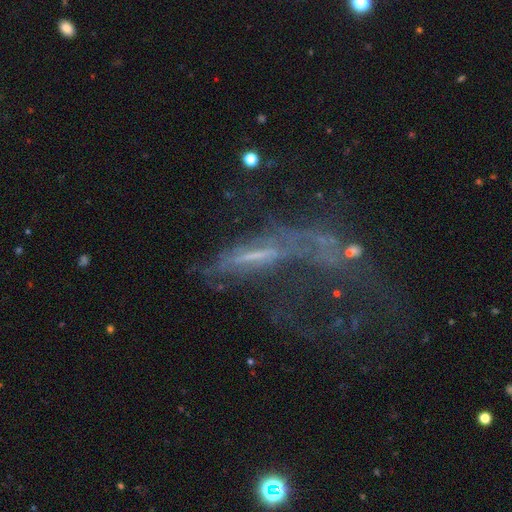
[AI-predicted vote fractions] Q: Smooth or featured?
A: featured or disk (59%); runner-up: smooth (21%)
Q: Edge-on disk?
A: no (66%); runner-up: yes (34%)
Q: Merging?
A: major disturbance (49%); runner-up: none (25%)